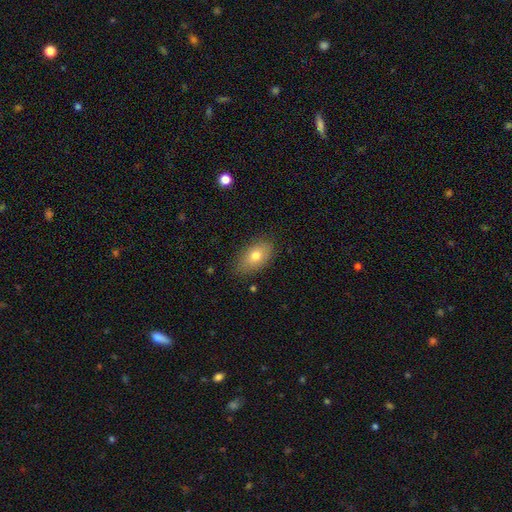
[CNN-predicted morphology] This appears to be a smooth galaxy with no disk features (76%) that is in between round and cigar-shaped (90%). Merging: none (81%).